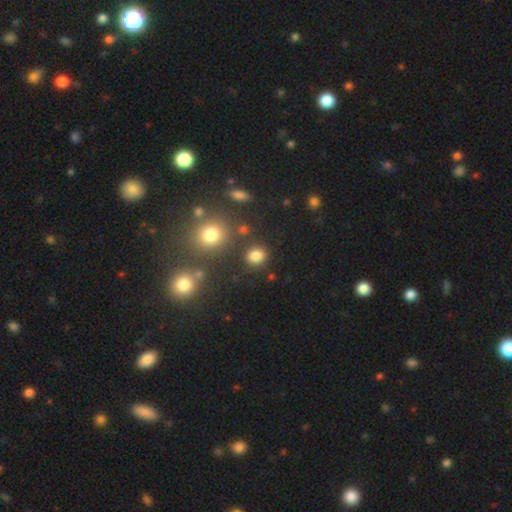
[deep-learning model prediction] The model was most divided on "how rounded": round: 63%, in between: 35%, cigar-shaped: 1%. More confident: smooth or featured — smooth (81%); merging — none (80%).